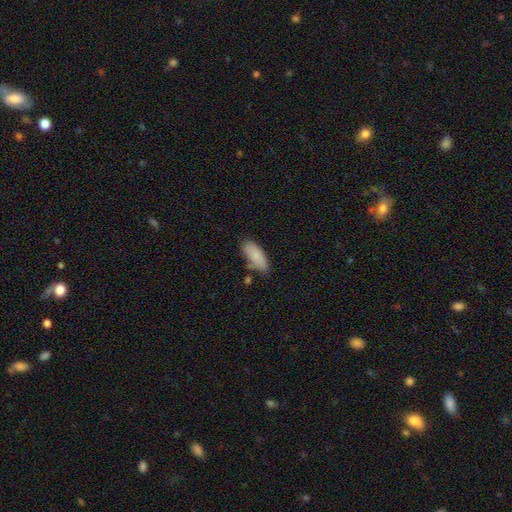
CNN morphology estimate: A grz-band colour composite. It shows a smooth galaxy with no disk features (85%) that is in between round and cigar-shaped (82%). Merging: none (70%).